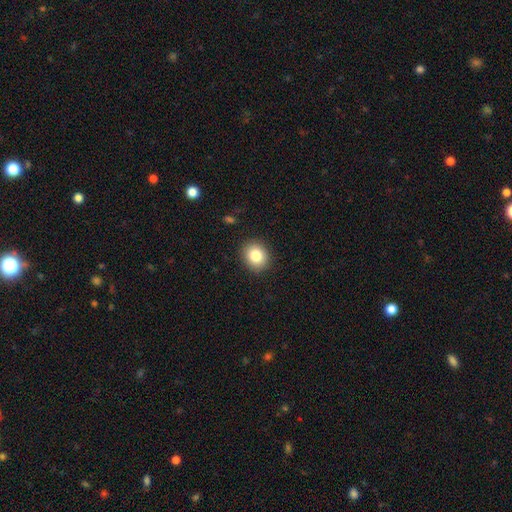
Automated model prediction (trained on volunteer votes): Q: Smooth or featured?
A: smooth (83%); runner-up: star or artifact (10%)
Q: How rounded?
A: round (71%); runner-up: in between (28%)
Q: Merging?
A: none (90%); runner-up: minor disturbance (7%)